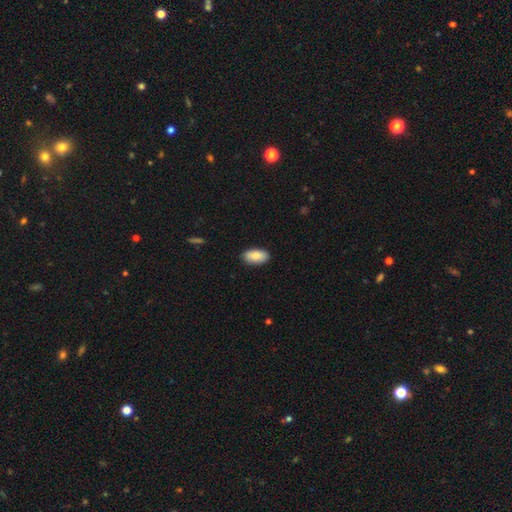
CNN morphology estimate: smooth 85%, featured or disk 9%, star or artifact 6%. Down the decision tree: how rounded — in between (93%); merging — none (89%).